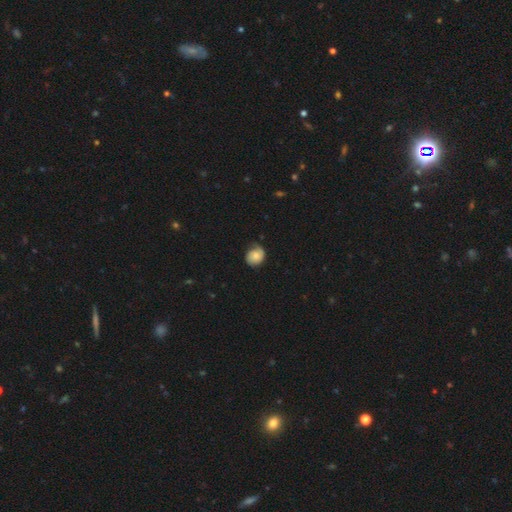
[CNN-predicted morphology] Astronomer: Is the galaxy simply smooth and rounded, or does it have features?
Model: smooth — 55% (runner-up: featured or disk, 37%).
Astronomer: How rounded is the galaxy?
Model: round — 68%.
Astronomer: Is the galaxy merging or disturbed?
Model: none — 62%.